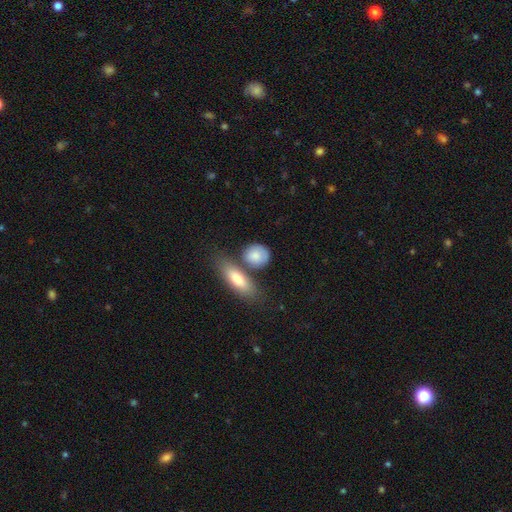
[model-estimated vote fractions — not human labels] Q: Smooth or featured?
A: smooth (80%); runner-up: featured or disk (14%)
Q: How rounded?
A: round (60%); runner-up: in between (34%)
Q: Merging?
A: none (58%); runner-up: merger (20%)